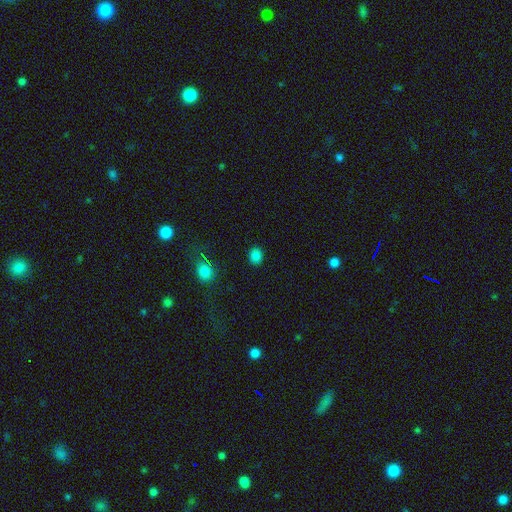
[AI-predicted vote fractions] Smooth or featured? Predicted: smooth (p=0.83). How rounded? Predicted: round (p=0.60). Merging? Predicted: none (p=0.89).